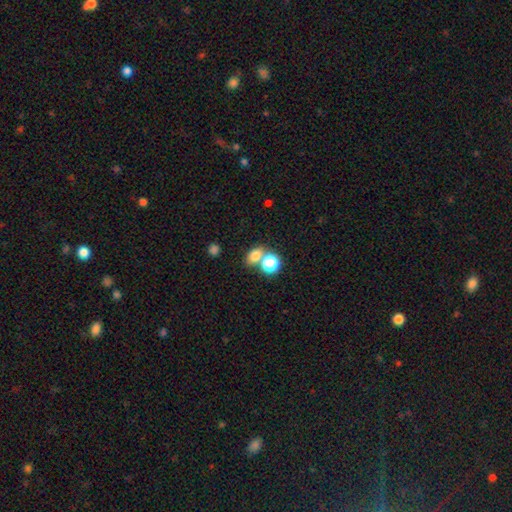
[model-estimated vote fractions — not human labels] smooth-or-featured: smooth: 75% | star or artifact: 15% | featured or disk: 9%
  how-rounded: in between: 56% | round: 42% | cigar-shaped: 2%
  merging: none: 51% | merger: 37% | minor disturbance: 9% | major disturbance: 4%